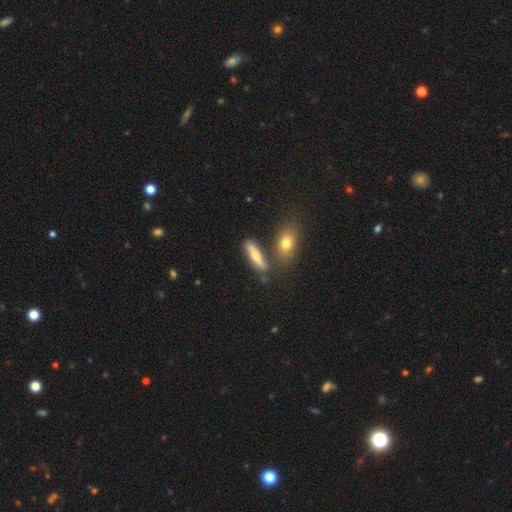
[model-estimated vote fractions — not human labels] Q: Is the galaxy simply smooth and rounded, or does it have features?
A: smooth — 56%.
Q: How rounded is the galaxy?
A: cigar-shaped — 64%.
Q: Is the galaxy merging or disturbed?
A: none — 69%.